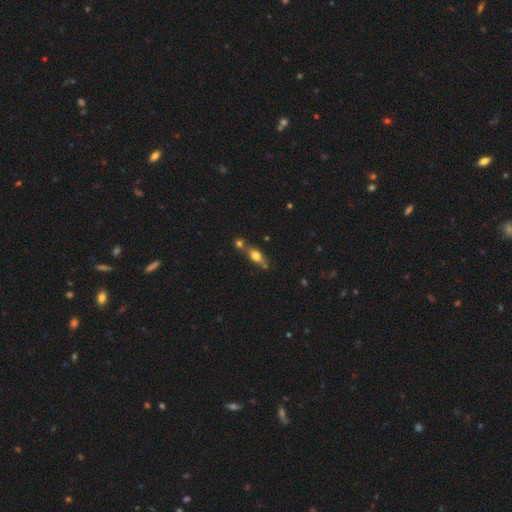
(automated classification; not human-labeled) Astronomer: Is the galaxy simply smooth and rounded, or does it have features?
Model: smooth — 47% (runner-up: featured or disk, 43%).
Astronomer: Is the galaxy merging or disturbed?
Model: none — 53% (runner-up: merger, 28%).